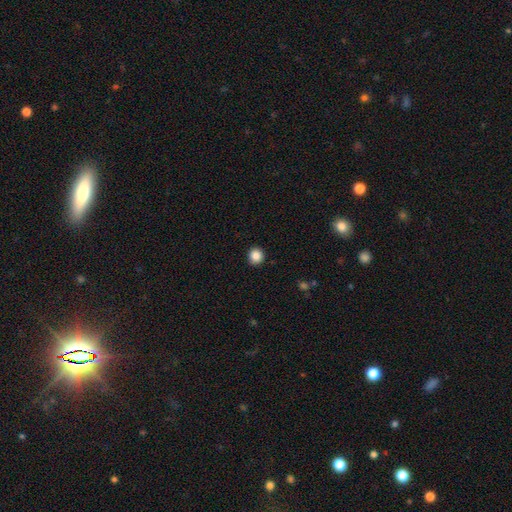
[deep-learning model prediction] This appears to be a smooth galaxy with no disk features (87%) that is round (90%). Merging: none (92%).